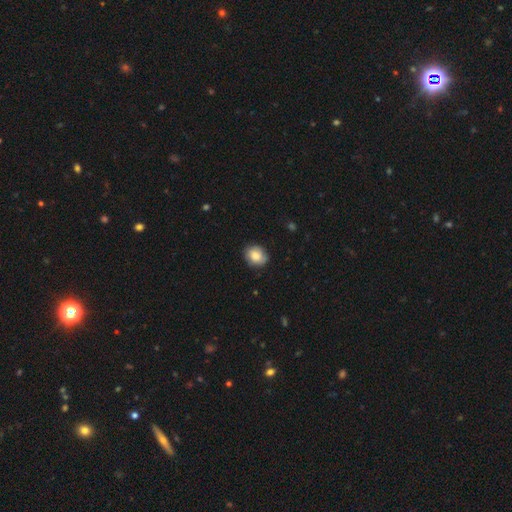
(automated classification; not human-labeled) Smooth or featured? Predicted: smooth (p=0.81). How rounded? Predicted: round (p=0.57). Merging? Predicted: none (p=0.79).